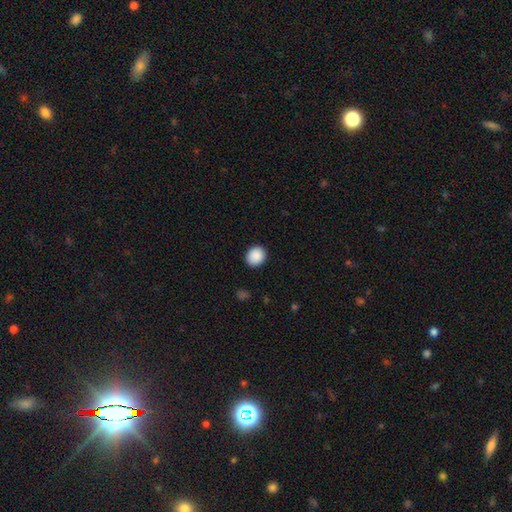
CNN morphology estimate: smooth-or-featured: smooth: 90% | star or artifact: 8% | featured or disk: 2%
  how-rounded: round: 73% | in between: 26% | cigar-shaped: 1%
  merging: none: 91% | minor disturbance: 7% | major disturbance: 2% | merger: 1%